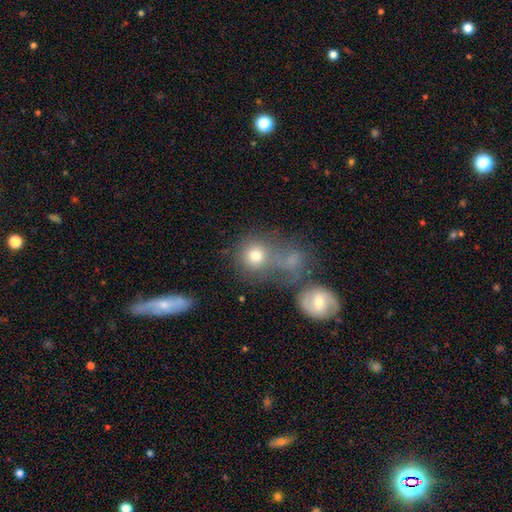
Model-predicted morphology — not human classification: type=smooth (72%); roundness=round (83%); merging=none (43%).